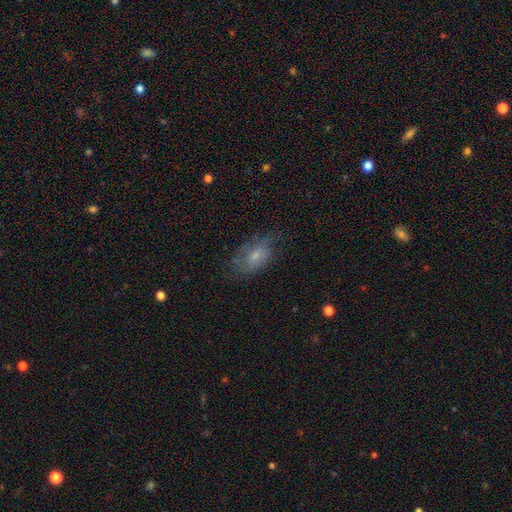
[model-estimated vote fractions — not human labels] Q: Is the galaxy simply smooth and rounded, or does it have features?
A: featured or disk — 45%.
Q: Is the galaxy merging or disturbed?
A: none — 61%.